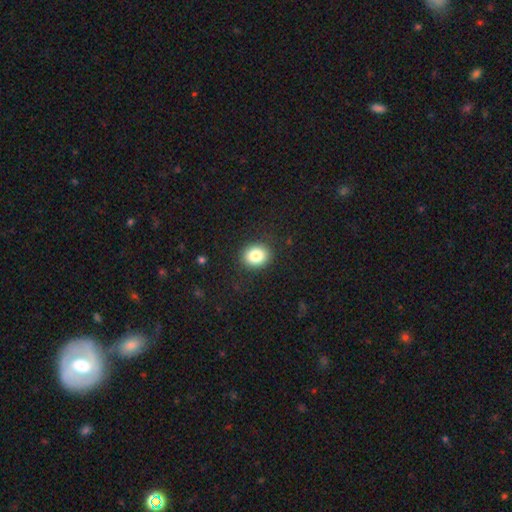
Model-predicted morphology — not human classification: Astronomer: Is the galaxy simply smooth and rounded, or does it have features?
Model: smooth — 84%.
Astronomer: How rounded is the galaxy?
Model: round — 60% (runner-up: in between, 39%).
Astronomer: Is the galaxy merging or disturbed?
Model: none — 89%.